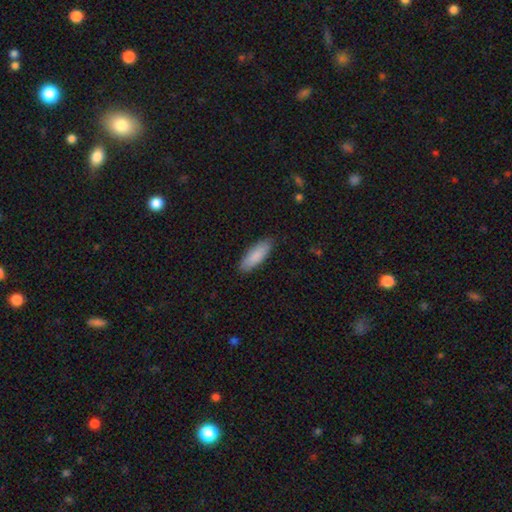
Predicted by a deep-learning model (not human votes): Smooth or featured? Predicted: smooth (p=0.87). How rounded? Predicted: in between (p=0.60). Merging? Predicted: none (p=0.87).